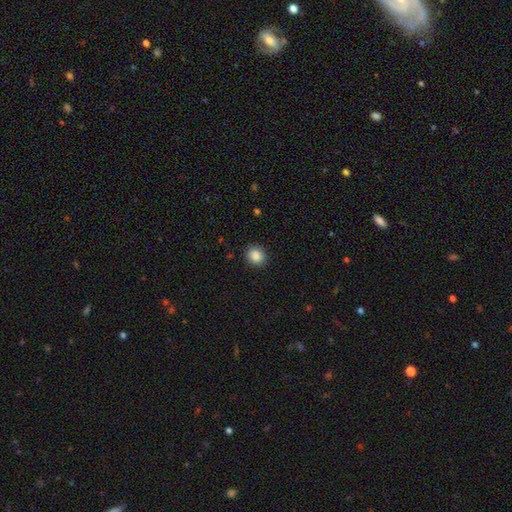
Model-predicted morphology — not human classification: This is clearly a smooth galaxy (87%). How rounded: likely round (76%). Merging: clearly none (91%).